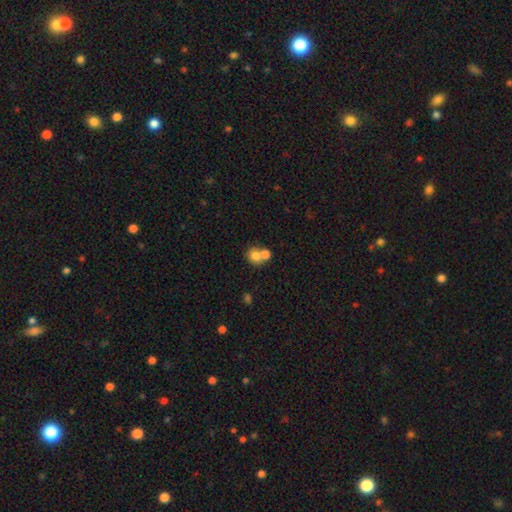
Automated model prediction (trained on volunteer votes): smooth-or-featured: smooth: 77% | featured or disk: 13% | star or artifact: 10%
  how-rounded: round: 78% | in between: 21% | cigar-shaped: 1%
  merging: merger: 51% | none: 38% | minor disturbance: 7% | major disturbance: 3%